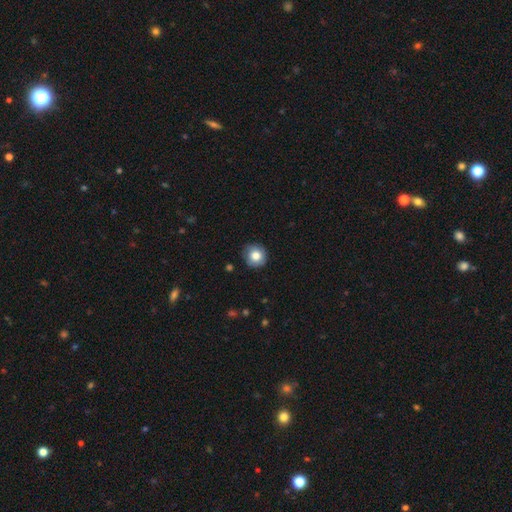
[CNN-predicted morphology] A smooth galaxy with no disk features (80%) that is round (91%).

Vote fractions:
- Smooth or featured? smooth: 80% / featured or disk: 11% / star or artifact: 9%
- How rounded? round: 91% / in between: 8% / cigar-shaped: 1%
- Merging? none: 84% / minor disturbance: 13% / major disturbance: 2% / merger: 1%